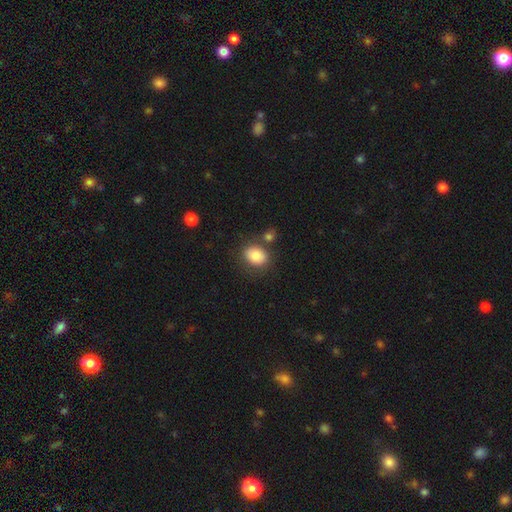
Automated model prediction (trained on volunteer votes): This appears to be a smooth galaxy with no disk features (84%) that is in between round and cigar-shaped (58%). Merging: none (71%).